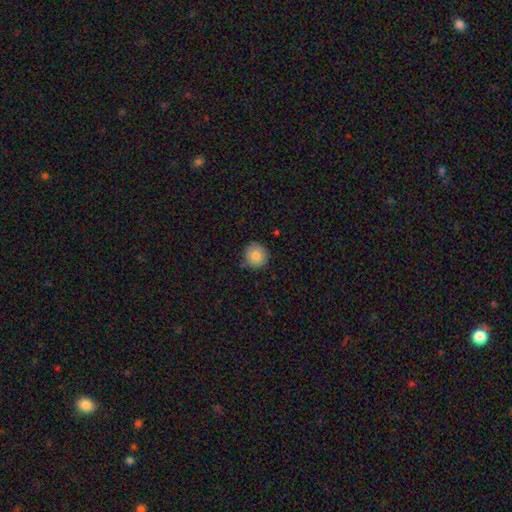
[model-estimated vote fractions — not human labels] A smooth galaxy with no disk features (84%) that is round (94%). Merging: none (88%).